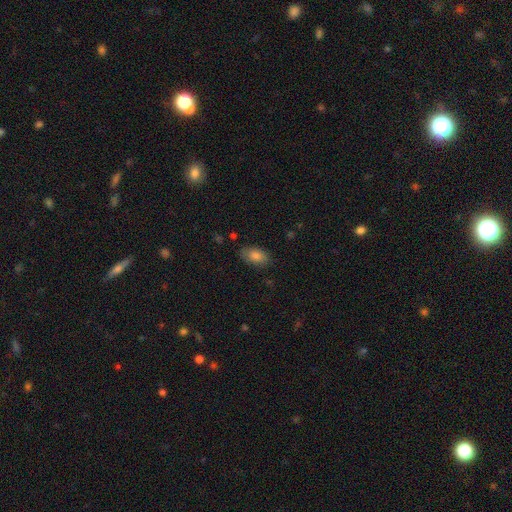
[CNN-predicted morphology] smooth_or_featured: smooth (p=0.82) [alt: featured or disk p=0.10]
how_rounded: in between (p=0.92) [alt: round p=0.05]
merging: none (p=0.81) [alt: minor disturbance p=0.15]